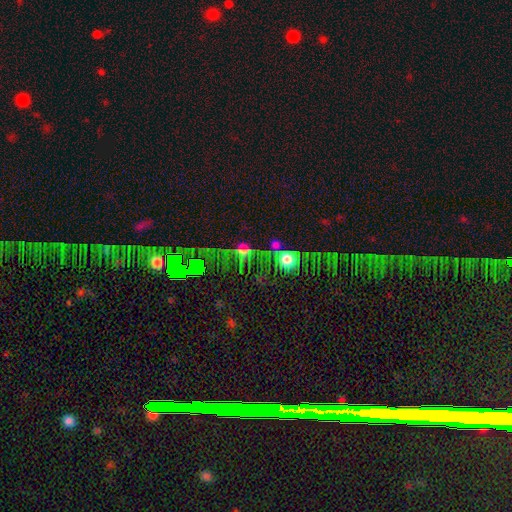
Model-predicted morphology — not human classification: star or artifact 80%, featured or disk 10%, smooth 10%.